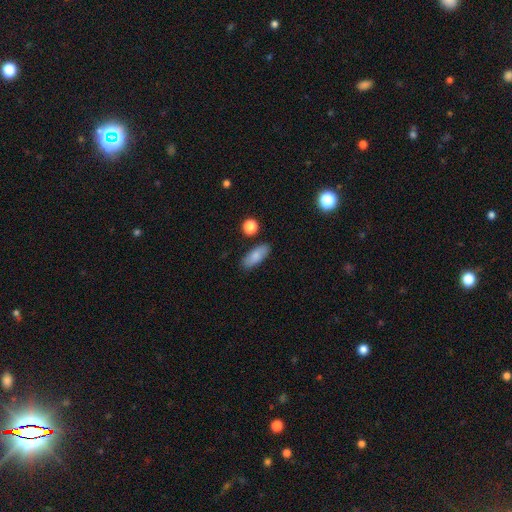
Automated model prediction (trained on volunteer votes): Q: Smooth or featured?
A: smooth (81%); runner-up: featured or disk (12%)
Q: How rounded?
A: in between (78%); runner-up: cigar-shaped (18%)
Q: Merging?
A: none (83%); runner-up: minor disturbance (11%)